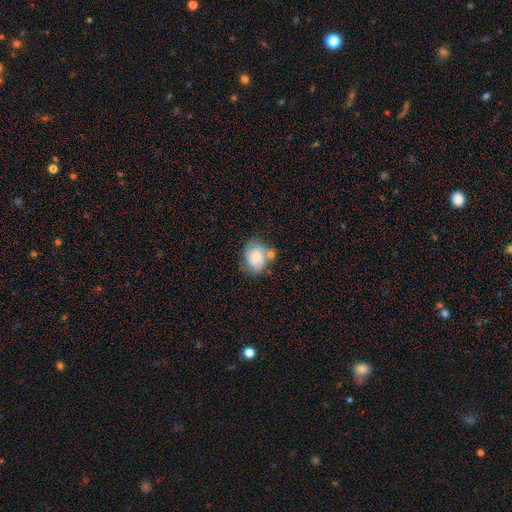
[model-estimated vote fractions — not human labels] Morphology: type=smooth (61%); roundness=round (51%); merging=none (46%).